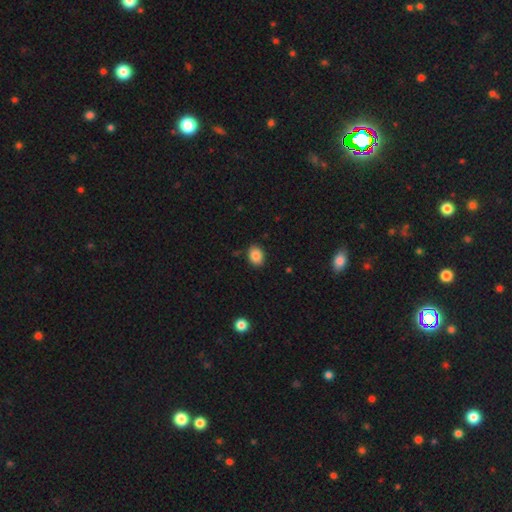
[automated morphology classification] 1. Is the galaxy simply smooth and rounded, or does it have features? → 86% smooth, 9% star or artifact, 5% featured or disk.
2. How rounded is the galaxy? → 65% in between, 34% round, 1% cigar-shaped.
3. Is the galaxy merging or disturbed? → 87% none, 9% minor disturbance, 2% major disturbance, 1% merger.